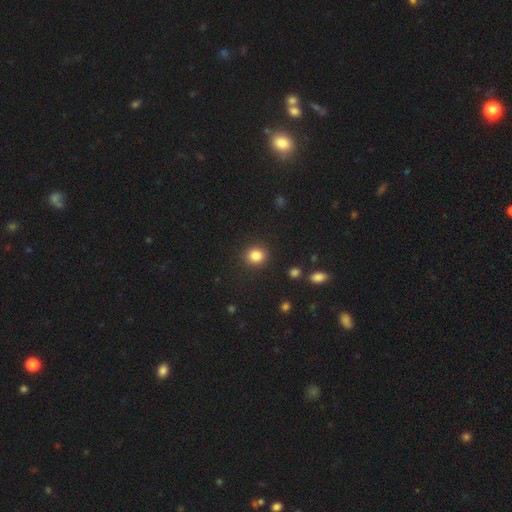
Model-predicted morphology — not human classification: Smooth or featured? Predicted: smooth (p=0.85). How rounded? Predicted: round (p=0.80). Merging? Predicted: none (p=0.90).